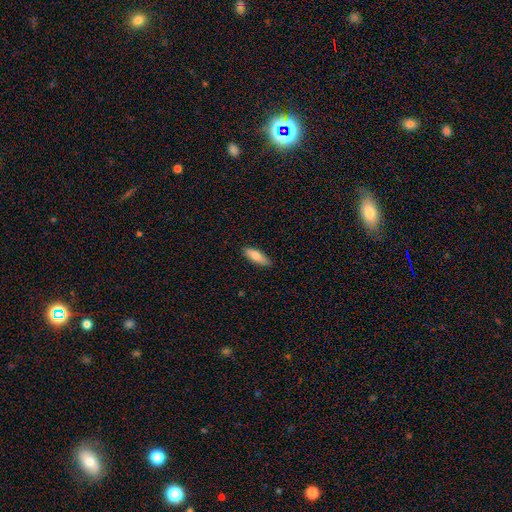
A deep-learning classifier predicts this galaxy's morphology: smooth 79%, featured or disk 15%, star or artifact 6%. Down the decision tree: how rounded — in between (60%); merging — none (86%).